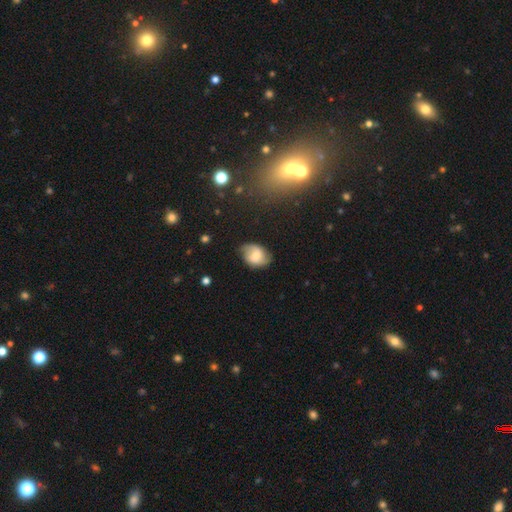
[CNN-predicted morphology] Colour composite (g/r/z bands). It shows a smooth galaxy with no disk features (53%) that is in between round and cigar-shaped (70%). Merging: none (70%).